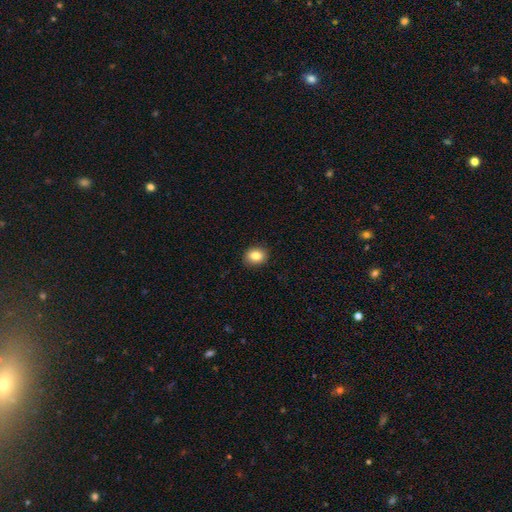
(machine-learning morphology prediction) The model was most divided on "how rounded": round: 53%, in between: 46%, cigar-shaped: 1%. More confident: merging — none (90%); smooth or featured — smooth (84%).